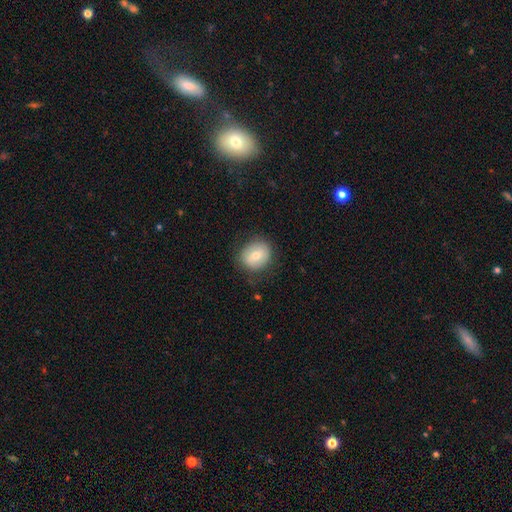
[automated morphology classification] Smooth or featured? Predicted: smooth (p=0.68). How rounded? Predicted: round (p=0.74). Merging? Predicted: none (p=0.80).